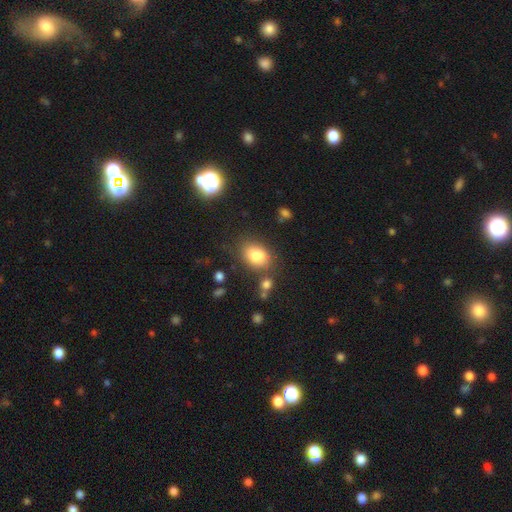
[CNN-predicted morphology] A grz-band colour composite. It shows a smooth galaxy with no disk features (81%) that is in between round and cigar-shaped (70%). Merging: none (70%).